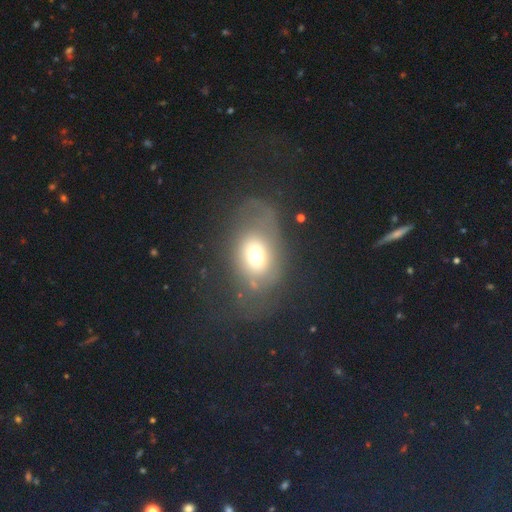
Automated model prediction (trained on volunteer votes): smooth-or-featured: smooth: 56% | featured or disk: 32% | star or artifact: 13%
  how-rounded: in between: 63% | round: 36% | cigar-shaped: 2%
  merging: major disturbance: 39% | none: 37% | minor disturbance: 20% | merger: 4%